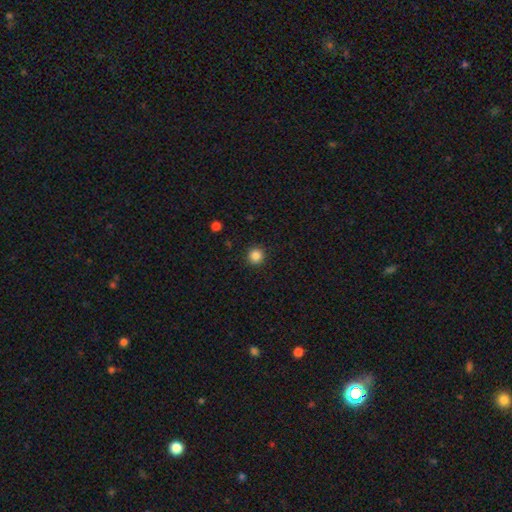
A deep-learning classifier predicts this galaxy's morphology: Smooth or featured?
  - smooth: 85% *
  - star or artifact: 11%
  - featured or disk: 4%
How rounded?
  - round: 95% *
  - in between: 4%
  - cigar-shaped: 1%
Merging?
  - none: 92% *
  - minor disturbance: 5%
  - major disturbance: 2%
  - merger: 1%